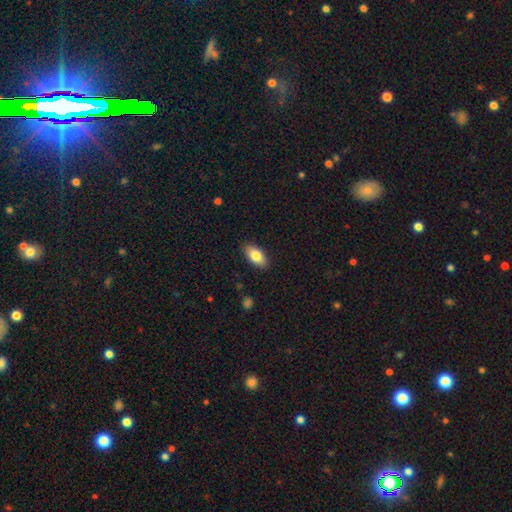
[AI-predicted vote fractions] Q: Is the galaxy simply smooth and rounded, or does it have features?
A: smooth — 82%.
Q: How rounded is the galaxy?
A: in between — 91%.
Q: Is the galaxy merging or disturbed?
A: none — 88%.